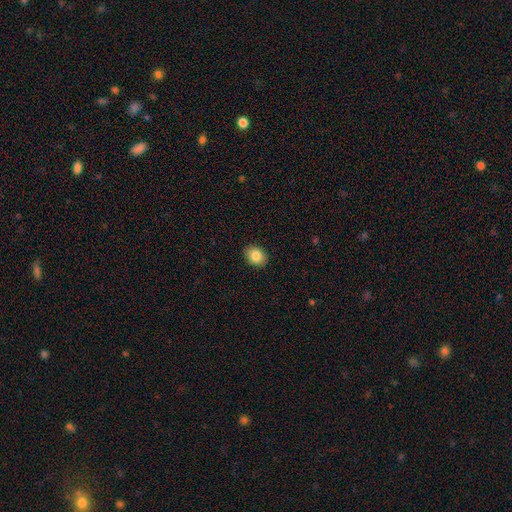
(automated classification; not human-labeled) smooth 86%, star or artifact 8%, featured or disk 6%. Down the decision tree: how rounded — in between (54%); merging — none (90%).